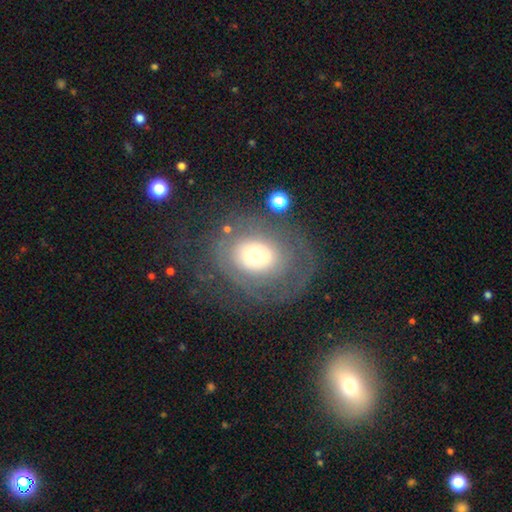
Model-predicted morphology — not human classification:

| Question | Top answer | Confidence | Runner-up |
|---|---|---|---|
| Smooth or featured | featured or disk | 62% | smooth (28%) |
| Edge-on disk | no | 95% | yes (5%) |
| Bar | no | 83% | weak (12%) |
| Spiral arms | no | 50% | tied: yes (50%) |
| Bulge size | moderate | 47% | small (37%) |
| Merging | none | 65% | major disturbance (17%) |